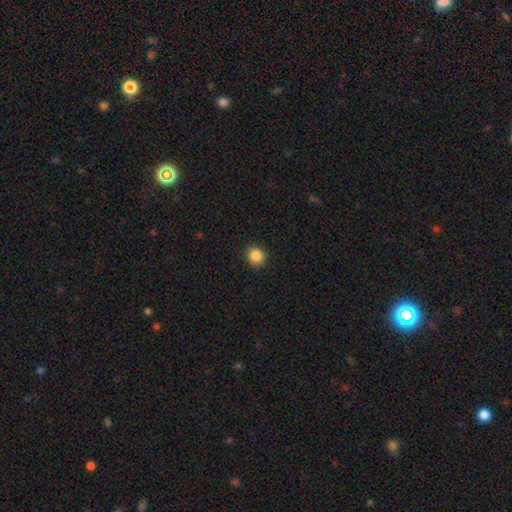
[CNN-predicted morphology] Smooth or featured? smooth (86%)
How rounded? round (84%)
Merging? none (90%)